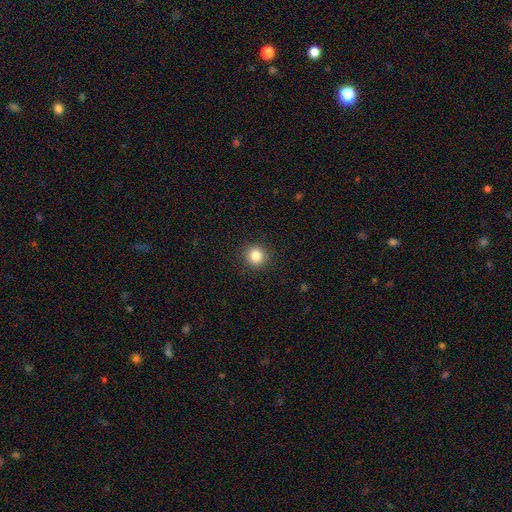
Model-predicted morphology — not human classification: This appears to be a smooth galaxy with no disk features (84%) that is round (92%). Merging: none (92%).